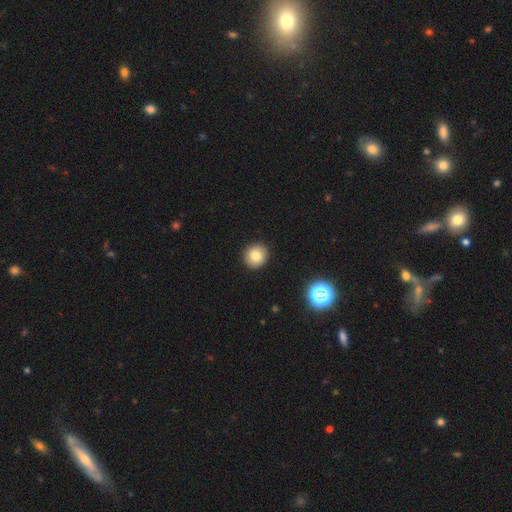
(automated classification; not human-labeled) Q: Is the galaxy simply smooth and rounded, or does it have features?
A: smooth — 80%.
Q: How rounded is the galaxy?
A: round — 91%.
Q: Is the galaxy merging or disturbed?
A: none — 92%.